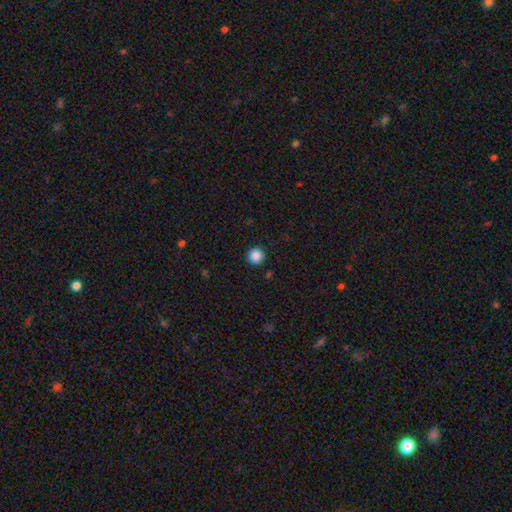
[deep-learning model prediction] The model was most divided on "smooth or featured": smooth: 87%, star or artifact: 10%, featured or disk: 3%. More confident: how rounded — round (96%); merging — none (93%).